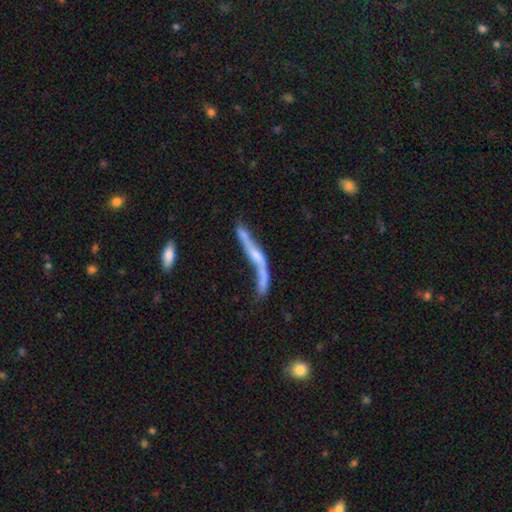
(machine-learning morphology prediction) Overall: featured or disk (75%). Edge-on disk: yes (54%; no 46%). Merging: none (34%; major disturbance 27%).